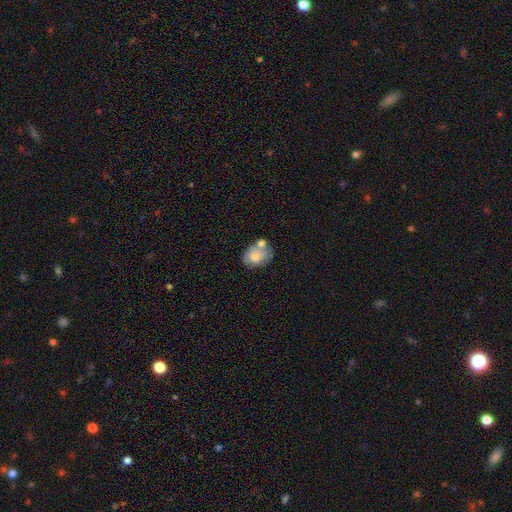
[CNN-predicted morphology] A smooth galaxy with no disk features (68%) that is in between round and cigar-shaped (68%). Merging: none (37%).